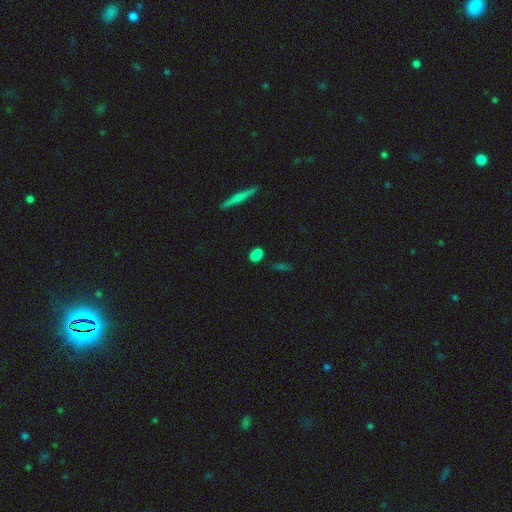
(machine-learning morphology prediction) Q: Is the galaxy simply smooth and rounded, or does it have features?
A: smooth — 79%.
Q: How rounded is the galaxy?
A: in between — 58%.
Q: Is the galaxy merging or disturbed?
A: none — 72%.